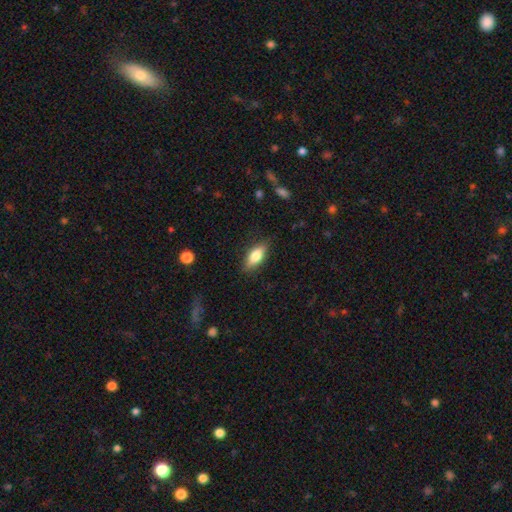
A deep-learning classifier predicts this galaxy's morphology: smooth-or-featured: smooth: 74% | featured or disk: 19% | star or artifact: 7%
  how-rounded: in between: 78% | cigar-shaped: 19% | round: 3%
  merging: none: 83% | minor disturbance: 13% | major disturbance: 3% | merger: 1%